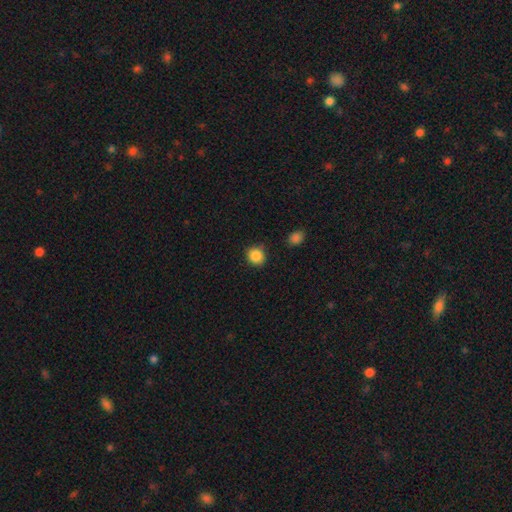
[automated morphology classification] smooth_or_featured: smooth (p=0.87) [alt: star or artifact p=0.09]
how_rounded: round (p=0.86) [alt: in between p=0.13]
merging: none (p=0.85) [alt: minor disturbance p=0.10]